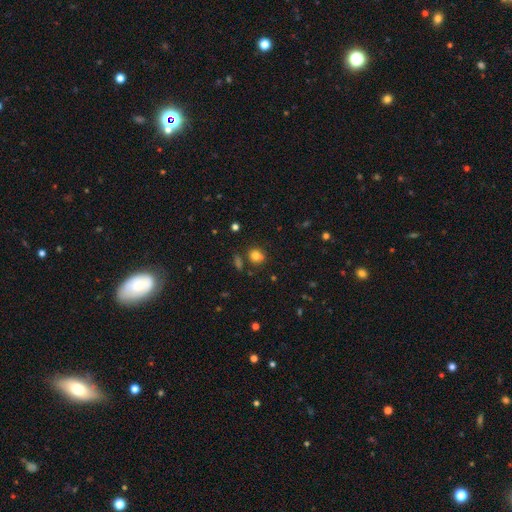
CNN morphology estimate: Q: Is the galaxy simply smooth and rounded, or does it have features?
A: smooth — 78%.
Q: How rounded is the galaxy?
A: round — 62%.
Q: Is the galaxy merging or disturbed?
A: none — 70%.